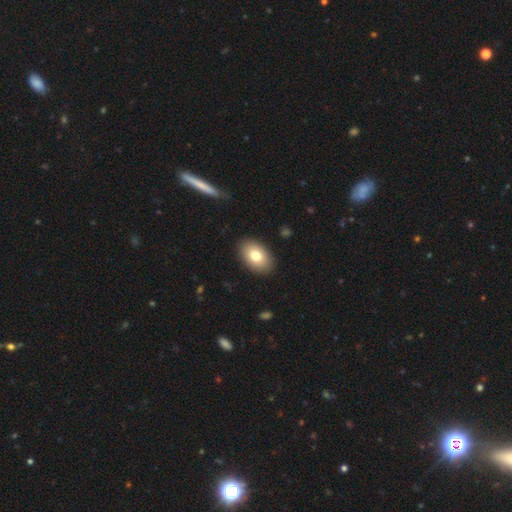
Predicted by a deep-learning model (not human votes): Morphology: type=smooth (78%); roundness=in between (89%); merging=none (89%).